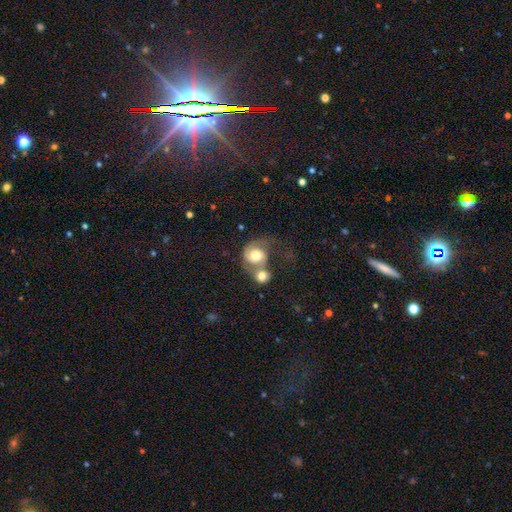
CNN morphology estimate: The model was most divided on "smooth or featured": smooth: 57%, featured or disk: 36%, star or artifact: 8%. More confident: how rounded — round (73%); merging — merger (58%).